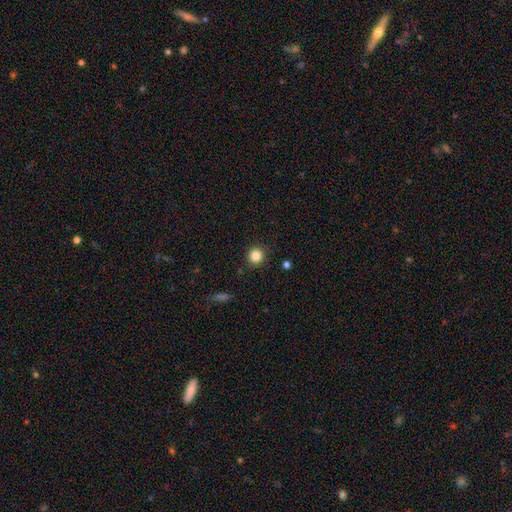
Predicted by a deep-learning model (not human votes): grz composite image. It shows a smooth galaxy with no disk features (84%) that is round (92%). Merging: none (90%).